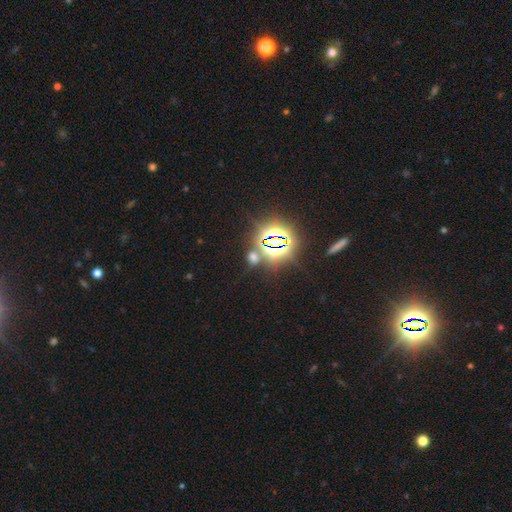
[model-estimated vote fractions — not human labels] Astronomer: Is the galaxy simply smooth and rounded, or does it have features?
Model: star or artifact — 79%.